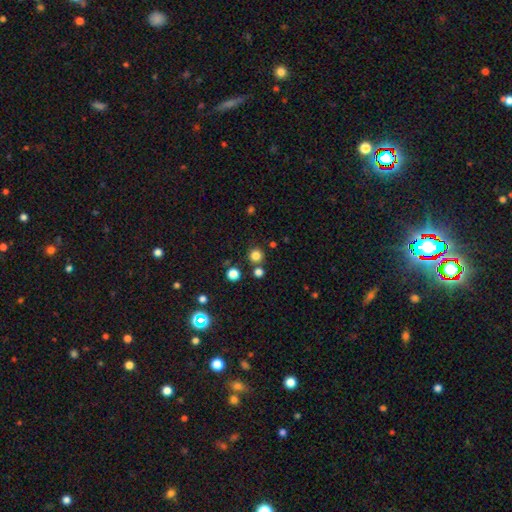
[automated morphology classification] The model was most divided on "smooth or featured": smooth: 80%, star or artifact: 15%, featured or disk: 5%. More confident: how rounded — round (94%); merging — none (81%).